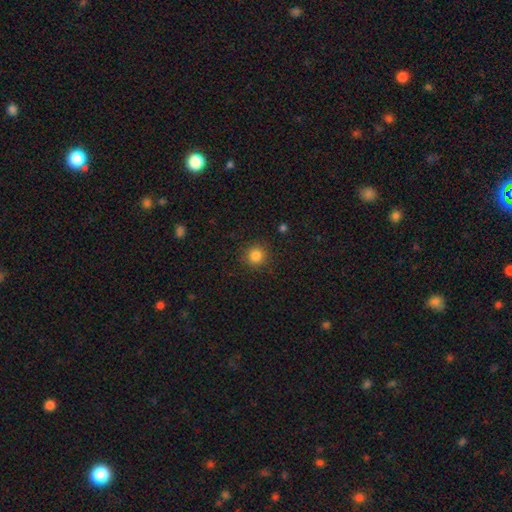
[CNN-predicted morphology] Smooth or featured? Predicted: smooth (p=0.84). How rounded? Predicted: round (p=0.93). Merging? Predicted: none (p=0.89).